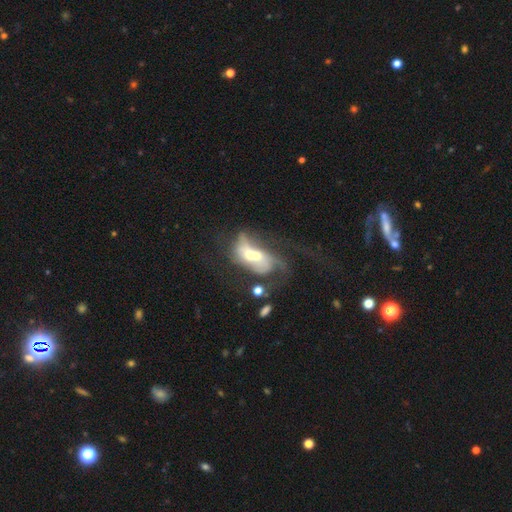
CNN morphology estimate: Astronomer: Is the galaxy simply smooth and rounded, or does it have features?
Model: featured or disk — 57% (runner-up: smooth, 33%).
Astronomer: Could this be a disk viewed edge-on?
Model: no — 94%.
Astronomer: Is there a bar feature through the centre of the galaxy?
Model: no — 75%.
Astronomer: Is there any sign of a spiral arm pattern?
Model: no — 61% (runner-up: yes, 39%).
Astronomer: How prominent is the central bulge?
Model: moderate — 58%.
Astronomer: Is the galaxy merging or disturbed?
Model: merger — 61%.